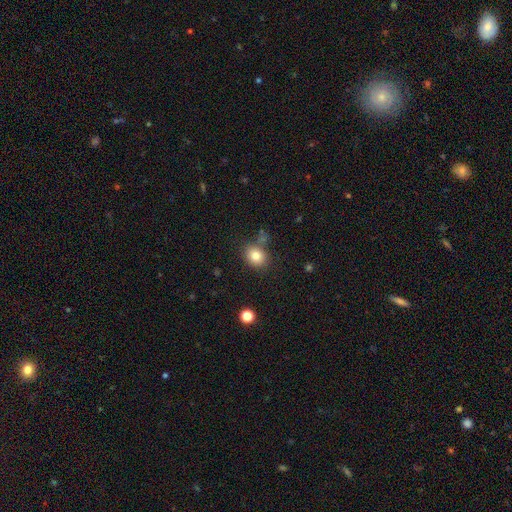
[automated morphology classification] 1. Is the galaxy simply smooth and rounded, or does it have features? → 82% smooth, 11% star or artifact, 7% featured or disk.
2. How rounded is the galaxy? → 61% round, 38% in between, 1% cigar-shaped.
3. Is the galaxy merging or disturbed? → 74% none, 13% minor disturbance, 9% merger, 4% major disturbance.